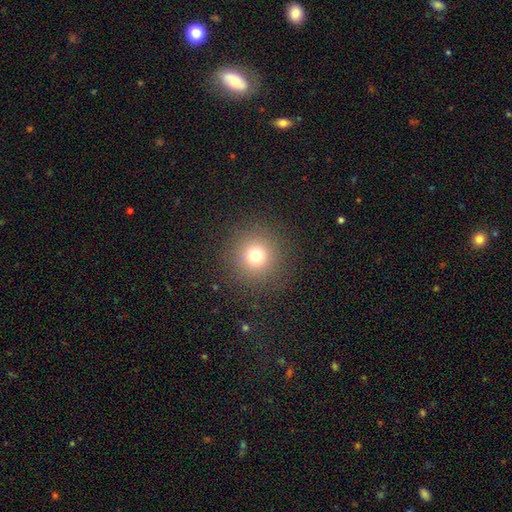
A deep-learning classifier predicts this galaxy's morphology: Overall: smooth (74%). How rounded: round (95%). Merging: none (89%).